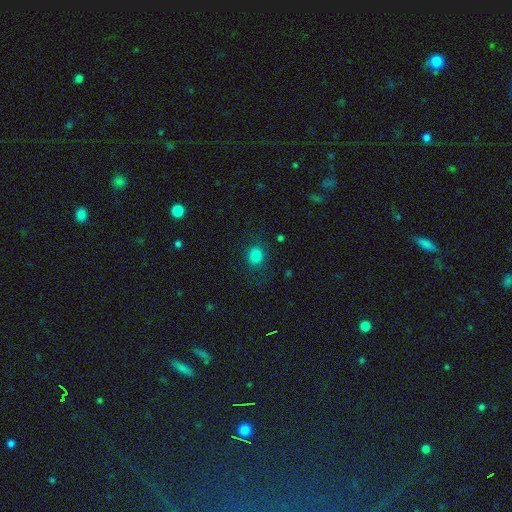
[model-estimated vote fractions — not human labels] smooth_or_featured: smooth (p=0.82) [alt: star or artifact p=0.13]
how_rounded: round (p=0.75) [alt: in between p=0.24]
merging: none (p=0.80) [alt: minor disturbance p=0.12]